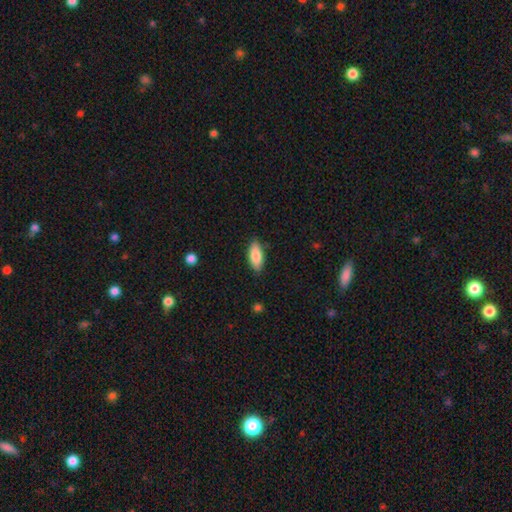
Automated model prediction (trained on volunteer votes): Smooth or featured? Predicted: smooth (p=0.86). How rounded? Predicted: in between (p=0.85). Merging? Predicted: none (p=0.86).